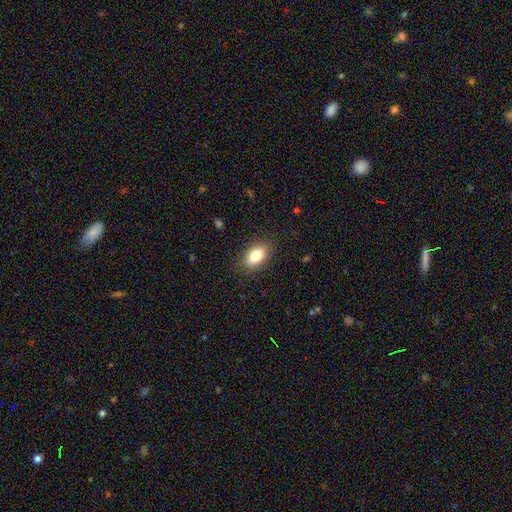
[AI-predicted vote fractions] Smooth or featured?
  - smooth: 82% *
  - featured or disk: 10%
  - star or artifact: 8%
How rounded?
  - in between: 89% *
  - round: 9%
  - cigar-shaped: 2%
Merging?
  - none: 86% *
  - minor disturbance: 10%
  - major disturbance: 3%
  - merger: 1%